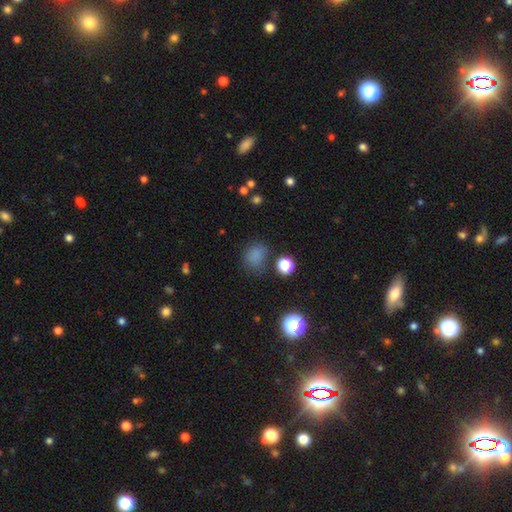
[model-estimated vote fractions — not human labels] Overall: smooth (76%). How rounded: round (56%; in between 43%). Merging: none (68%).